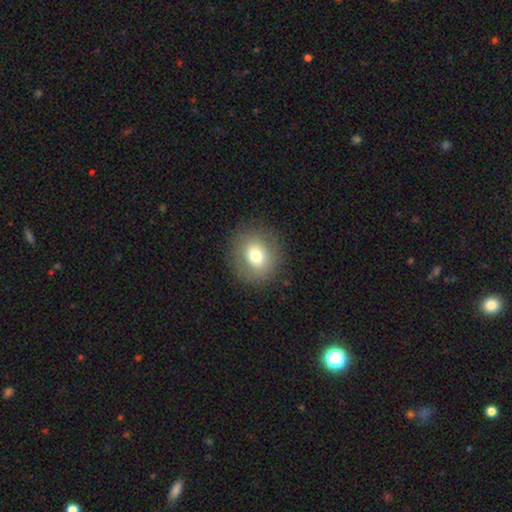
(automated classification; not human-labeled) A smooth galaxy with no disk features (73%) that is round (82%).

Vote fractions:
- Smooth or featured? smooth: 73% / featured or disk: 17% / star or artifact: 11%
- How rounded? round: 82% / in between: 17% / cigar-shaped: 1%
- Merging? none: 86% / minor disturbance: 9% / major disturbance: 4% / merger: 1%